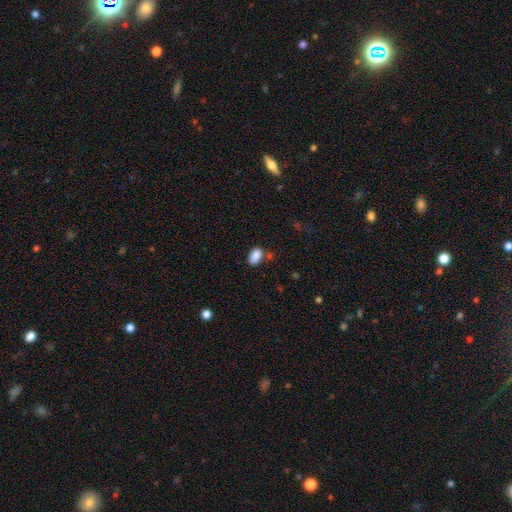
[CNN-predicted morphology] Smooth or featured?
  - smooth: 88% *
  - star or artifact: 8%
  - featured or disk: 4%
How rounded?
  - in between: 90% *
  - round: 9%
  - cigar-shaped: 1%
Merging?
  - none: 70% *
  - minor disturbance: 18%
  - merger: 7%
  - major disturbance: 5%